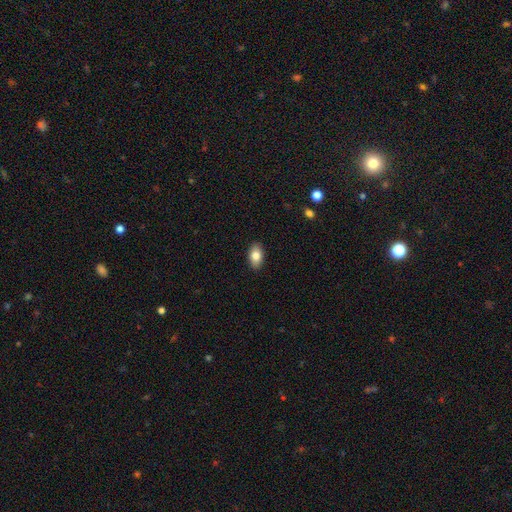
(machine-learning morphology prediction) smooth-or-featured: smooth: 83% | featured or disk: 10% | star or artifact: 7%
  how-rounded: in between: 92% | round: 6% | cigar-shaped: 2%
  merging: none: 89% | minor disturbance: 8% | major disturbance: 2% | merger: 1%